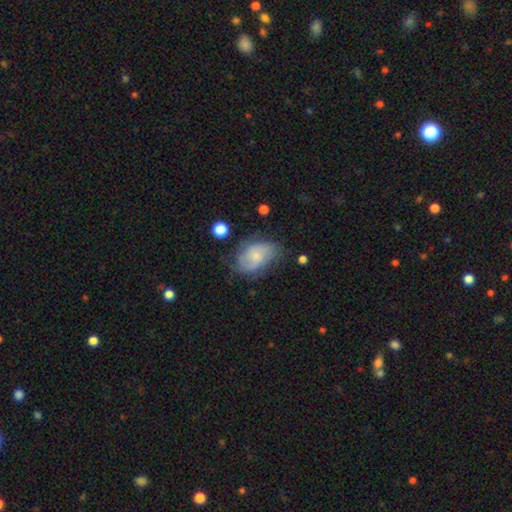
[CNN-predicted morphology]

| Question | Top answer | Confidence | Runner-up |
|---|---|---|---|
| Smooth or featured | smooth | 47% | featured or disk (45%) |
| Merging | none | 51% | minor disturbance (30%) |